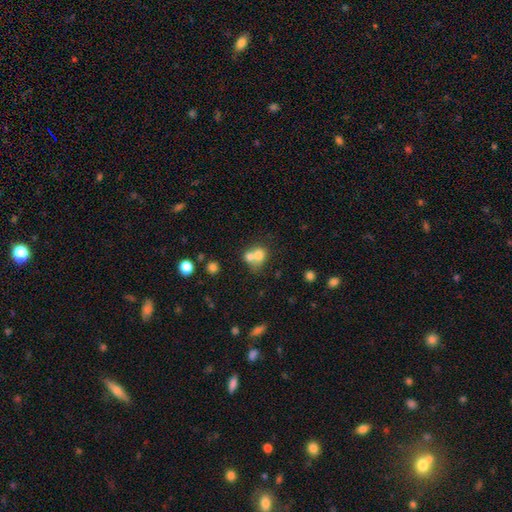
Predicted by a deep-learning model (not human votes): Morphology: type=smooth (72%); roundness=round (63%); merging=merger (63%).